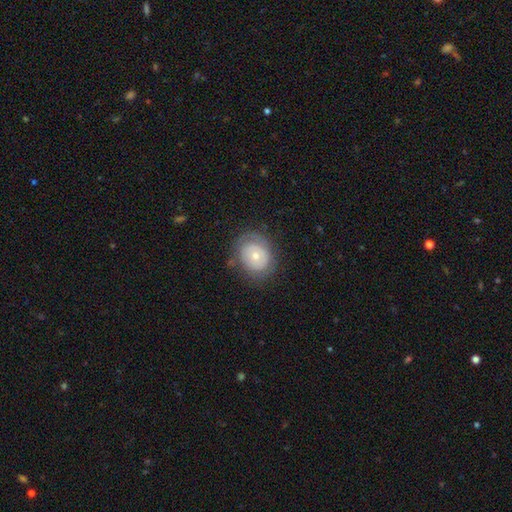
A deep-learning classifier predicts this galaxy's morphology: Smooth or featured? Predicted: smooth (p=0.48). Merging? Predicted: none (p=0.67).